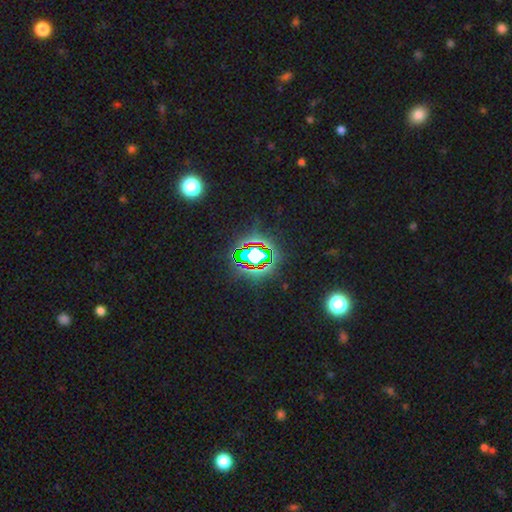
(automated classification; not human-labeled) Smooth or featured? star or artifact (76%)